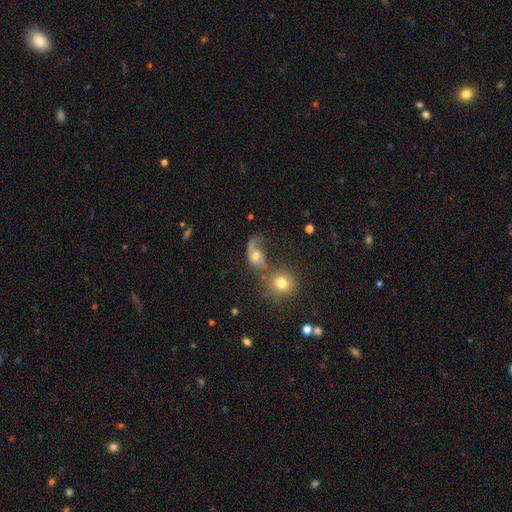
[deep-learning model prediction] The model was most divided on "smooth or featured": smooth: 46%, featured or disk: 42%, star or artifact: 12%. Remaining: merging — major disturbance (34%).